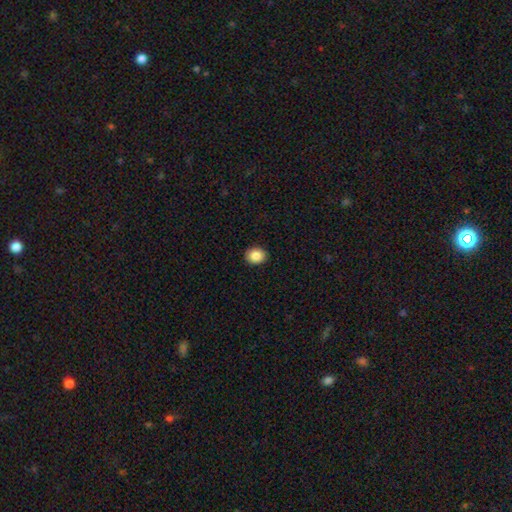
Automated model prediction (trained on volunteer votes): Smooth or featured? smooth (87%)
How rounded? round (60%)
Merging? none (91%)